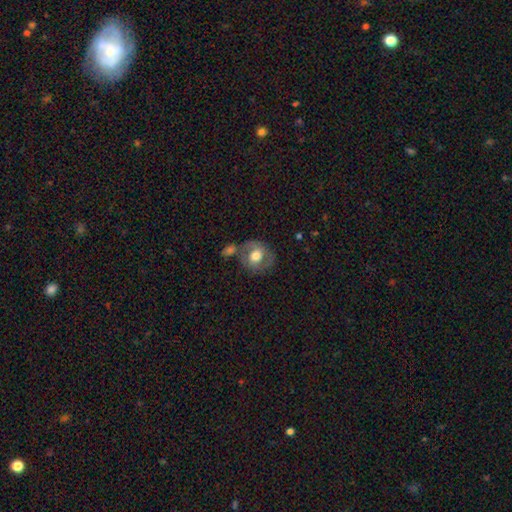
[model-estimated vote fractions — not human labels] Smooth or featured: smooth — 47% (featured or disk — 46%)
Merging: none — 58% (minor disturbance — 17%)